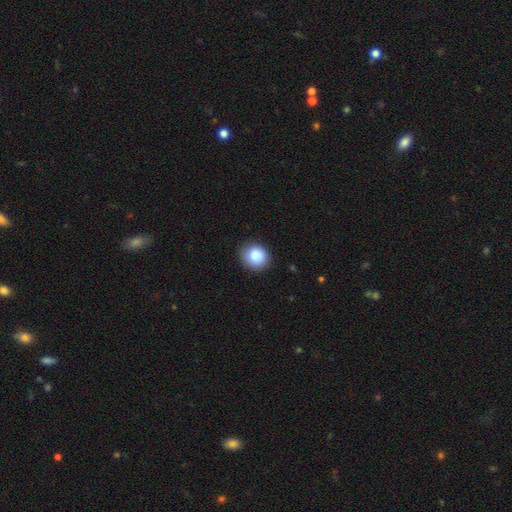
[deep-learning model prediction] This appears to be a smooth galaxy with no disk features (87%) that is round (82%). Merging: none (84%).